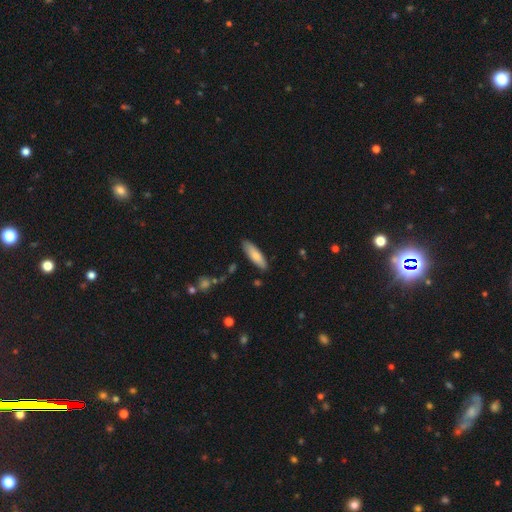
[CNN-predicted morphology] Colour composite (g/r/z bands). It shows a smooth galaxy with no disk features (79%) that is cigar-shaped (58%). Merging: none (86%).